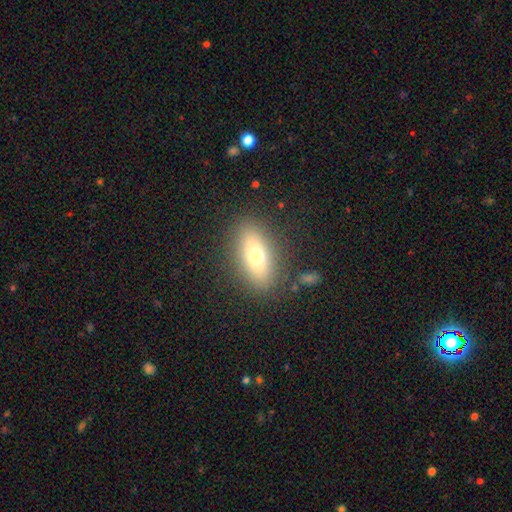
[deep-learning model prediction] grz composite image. It shows a smooth galaxy with no disk features (68%) that is in between round and cigar-shaped (80%). Merging: none (85%).